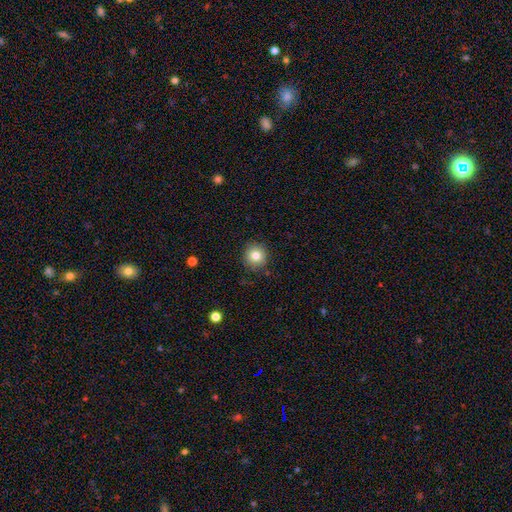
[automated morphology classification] A smooth galaxy with no disk features (81%) that is round (92%). Merging: none (87%).